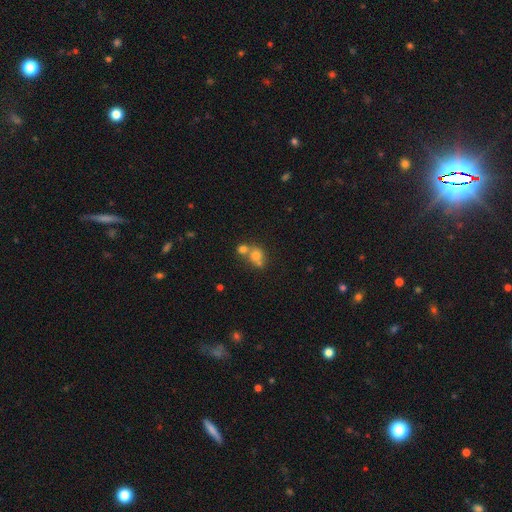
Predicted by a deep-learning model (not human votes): A smooth galaxy with no disk features (73%) that is round (66%). Merging: merger (53%).